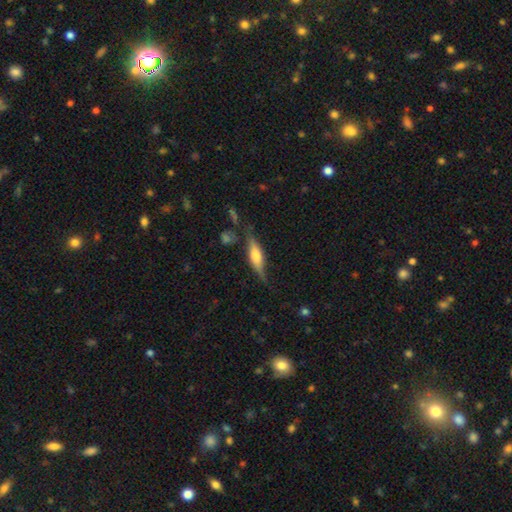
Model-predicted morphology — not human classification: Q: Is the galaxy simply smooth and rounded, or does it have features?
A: featured or disk — 58%.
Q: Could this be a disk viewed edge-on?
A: yes — 89%.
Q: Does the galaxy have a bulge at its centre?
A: rounded — 83%.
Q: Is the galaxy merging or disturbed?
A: none — 67%.